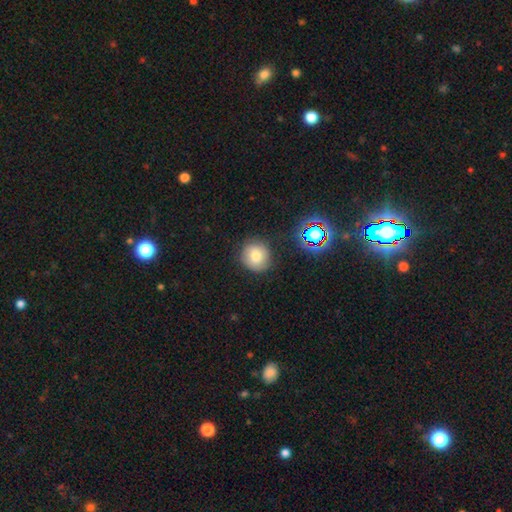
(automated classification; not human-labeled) Morphology: type=smooth (73%); roundness=round (89%); merging=none (83%).